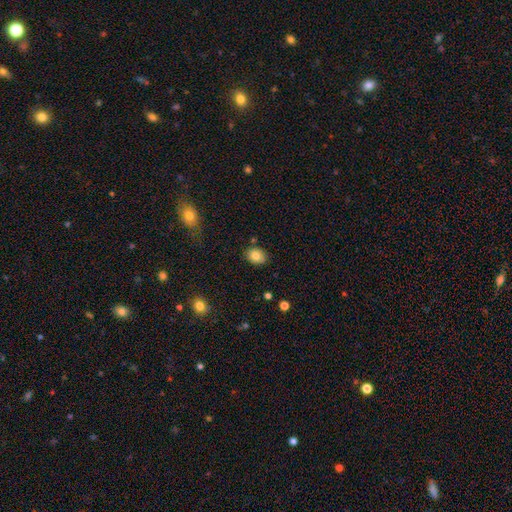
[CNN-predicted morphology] This appears to be a smooth galaxy with no disk features (82%) that is in between round and cigar-shaped (57%). Merging: none (83%).